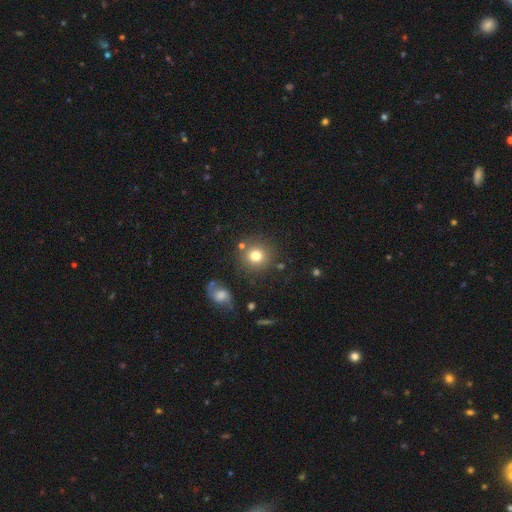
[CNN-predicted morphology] type=smooth (78%); roundness=round (91%); merging=none (82%).